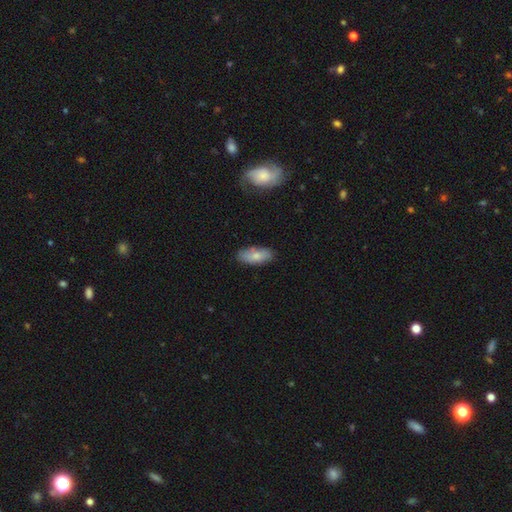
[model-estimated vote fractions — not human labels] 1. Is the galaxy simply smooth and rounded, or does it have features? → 76% smooth, 17% featured or disk, 7% star or artifact.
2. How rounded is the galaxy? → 86% in between, 12% cigar-shaped, 2% round.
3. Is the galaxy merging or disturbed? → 74% none, 19% minor disturbance, 3% major disturbance, 3% merger.